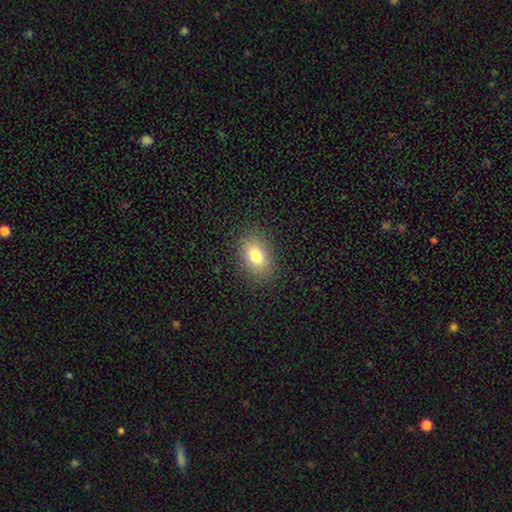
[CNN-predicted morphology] Q: Smooth or featured?
A: smooth (81%); runner-up: star or artifact (10%)
Q: How rounded?
A: in between (83%); runner-up: round (16%)
Q: Merging?
A: none (86%); runner-up: minor disturbance (10%)